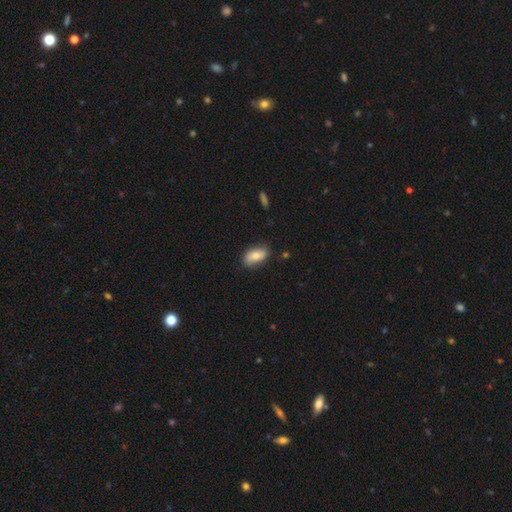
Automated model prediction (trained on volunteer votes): Morphology: type=smooth (77%); roundness=in between (92%); merging=none (78%).